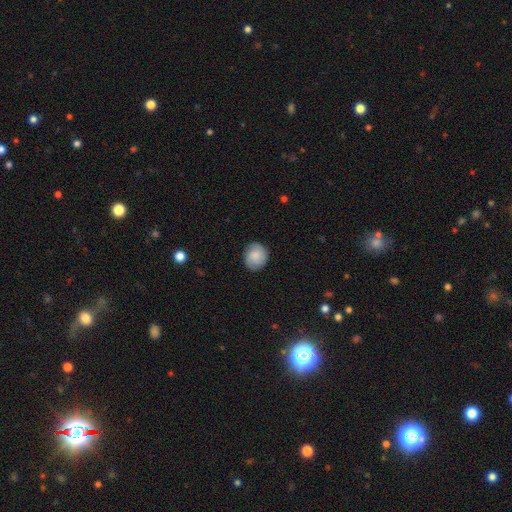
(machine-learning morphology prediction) A smooth galaxy with no disk features (72%) that is round (75%). Merging: none (83%).